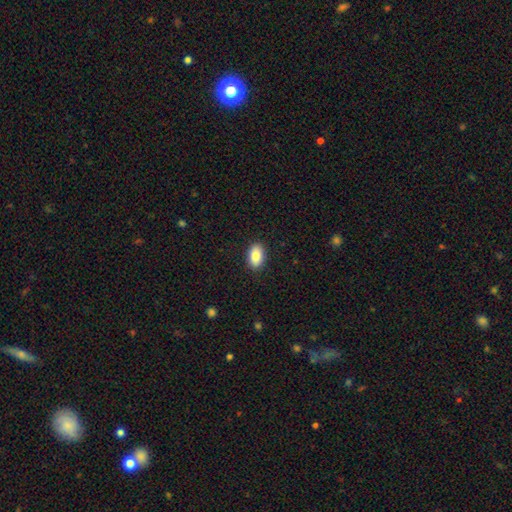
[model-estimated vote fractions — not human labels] Q: Smooth or featured?
A: smooth (86%); runner-up: star or artifact (7%)
Q: How rounded?
A: in between (92%); runner-up: round (7%)
Q: Merging?
A: none (89%); runner-up: minor disturbance (8%)